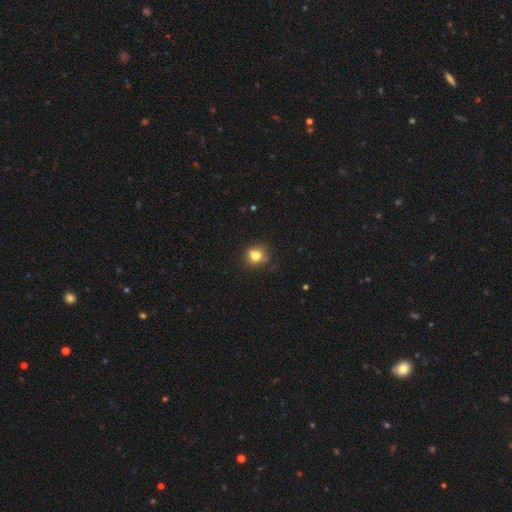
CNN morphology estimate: This is likely a smooth galaxy (73%). How rounded: likely round (72%). Merging: likely none (66%).